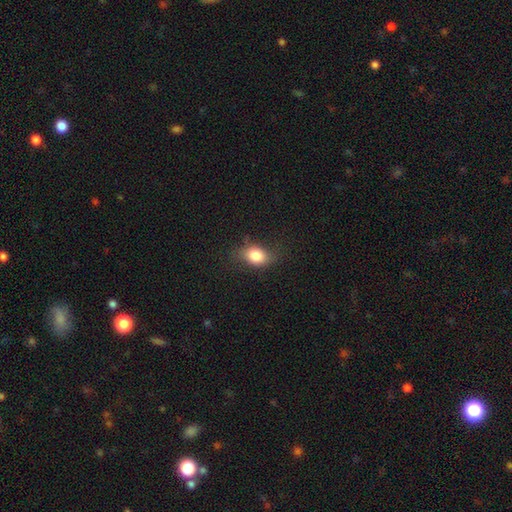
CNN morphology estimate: smooth_or_featured: smooth (p=0.80) [alt: featured or disk p=0.10]
how_rounded: in between (p=0.71) [alt: round p=0.27]
merging: none (p=0.68) [alt: minor disturbance p=0.23]